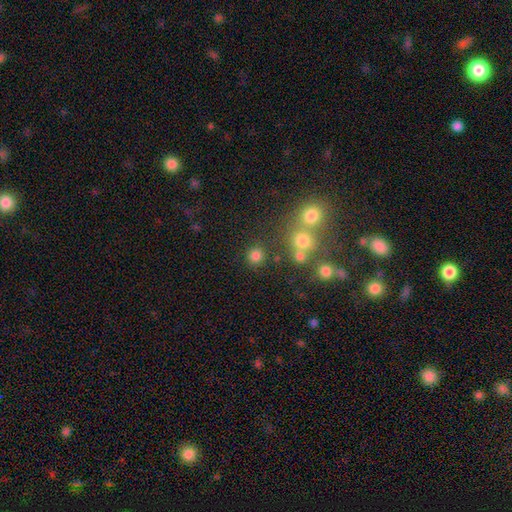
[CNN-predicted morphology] The model was most divided on "smooth or featured": smooth: 79%, star or artifact: 15%, featured or disk: 5%. More confident: how rounded — round (92%); merging — none (82%).